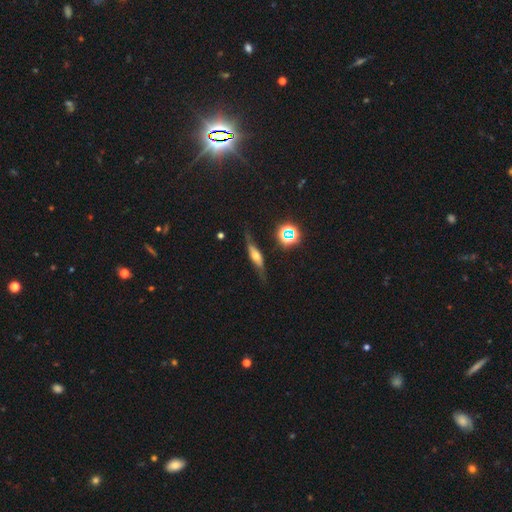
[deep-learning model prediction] smooth_or_featured: featured or disk (p=0.57) [alt: smooth p=0.31]
disk_edge_on: yes (p=0.78) [alt: no p=0.22]
merging: none (p=0.70) [alt: minor disturbance p=0.20]